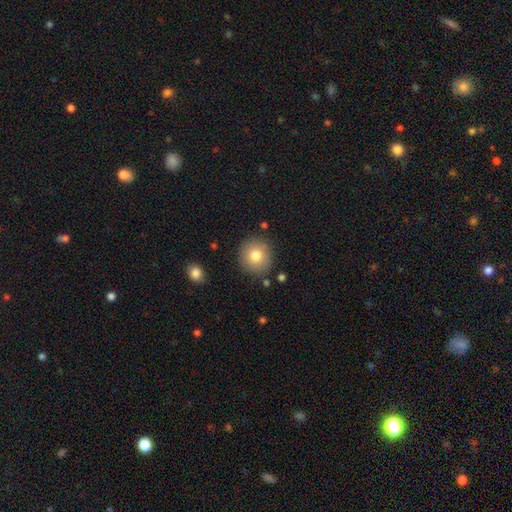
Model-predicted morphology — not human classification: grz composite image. It shows a smooth galaxy with no disk features (78%) that is round (91%). Merging: none (85%).